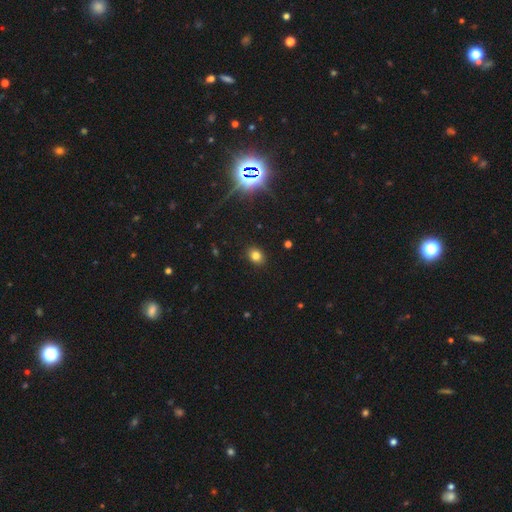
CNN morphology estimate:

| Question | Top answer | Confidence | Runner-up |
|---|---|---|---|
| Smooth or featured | smooth | 79% | star or artifact (15%) |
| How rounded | in between | 54% | round (45%) |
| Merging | none | 88% | minor disturbance (9%) |